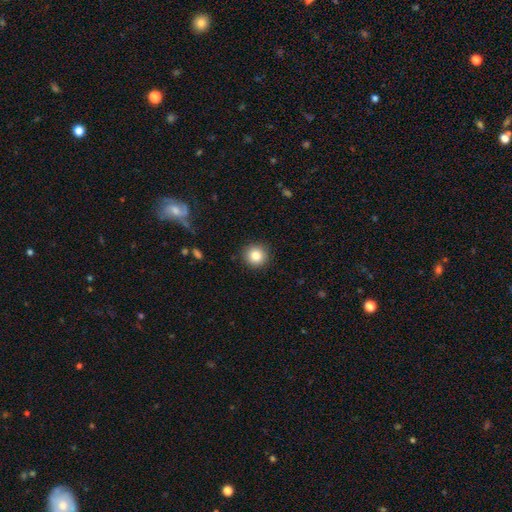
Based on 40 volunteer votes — smooth 90%, star or artifact 8%, featured or disk 2%. Down the decision tree: how rounded — round (97%); merging — none (78%).